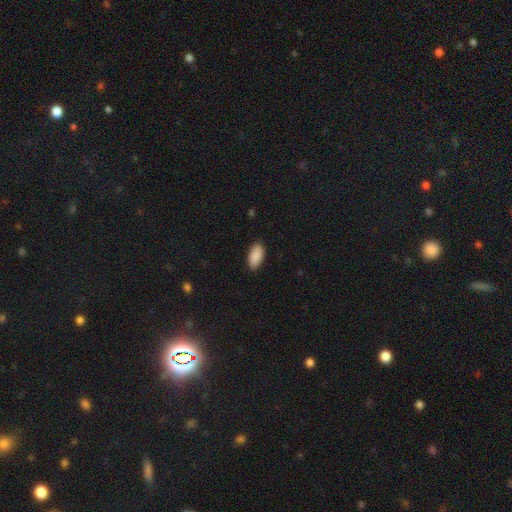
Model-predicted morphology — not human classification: A smooth galaxy with no disk features (90%) that is in between round and cigar-shaped (93%).

Vote fractions:
- Smooth or featured? smooth: 90% / star or artifact: 6% / featured or disk: 4%
- How rounded? in between: 93% / cigar-shaped: 5% / round: 2%
- Merging? none: 86% / minor disturbance: 11% / major disturbance: 2% / merger: 1%